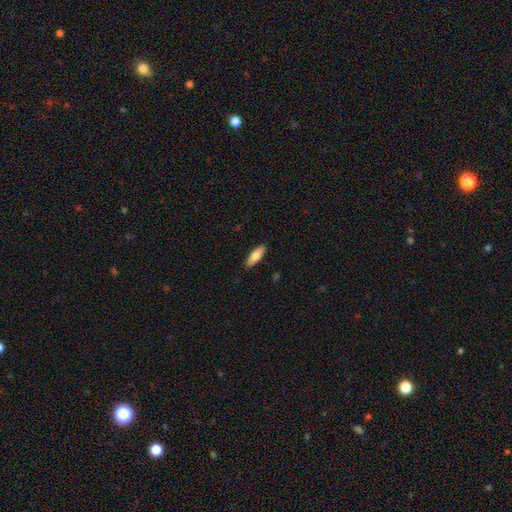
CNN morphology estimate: This is likely a smooth galaxy (69%). How rounded: possibly in between (57%). Merging: clearly none (89%).